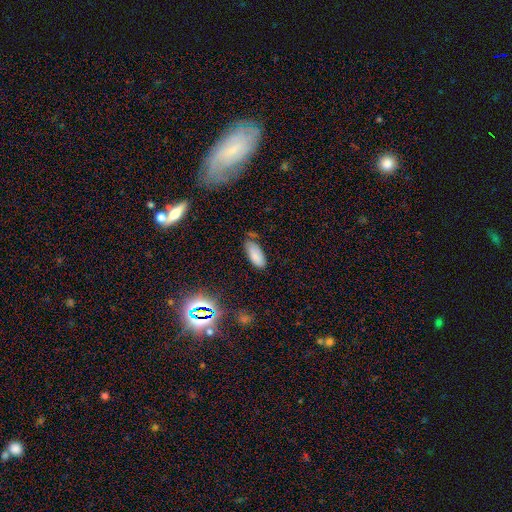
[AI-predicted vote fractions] A smooth galaxy with no disk features (79%) that is in between round and cigar-shaped (84%). Merging: none (61%).